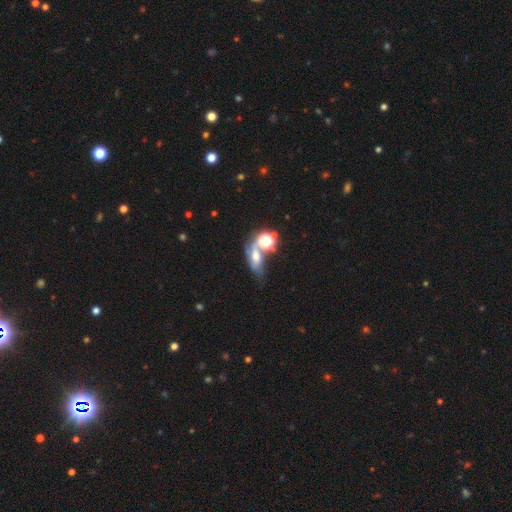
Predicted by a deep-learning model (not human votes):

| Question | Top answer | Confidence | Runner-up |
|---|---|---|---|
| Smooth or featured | smooth | 43% | star or artifact (29%) |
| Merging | none | 35% | merger (32%) |